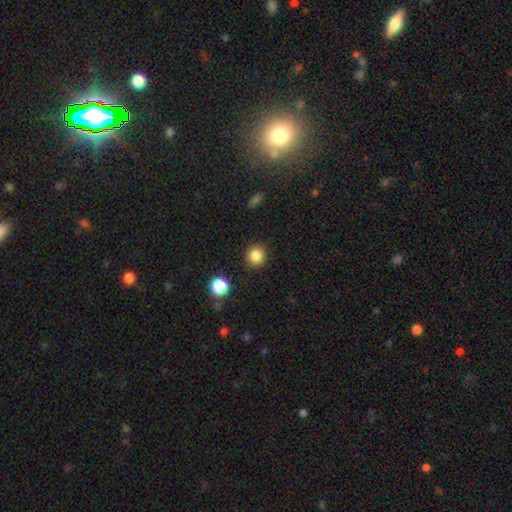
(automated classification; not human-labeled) A smooth galaxy with no disk features (85%) that is round (91%).

Vote fractions:
- Smooth or featured? smooth: 85% / star or artifact: 10% / featured or disk: 4%
- How rounded? round: 91% / in between: 8% / cigar-shaped: 1%
- Merging? none: 90% / minor disturbance: 6% / major disturbance: 2% / merger: 2%